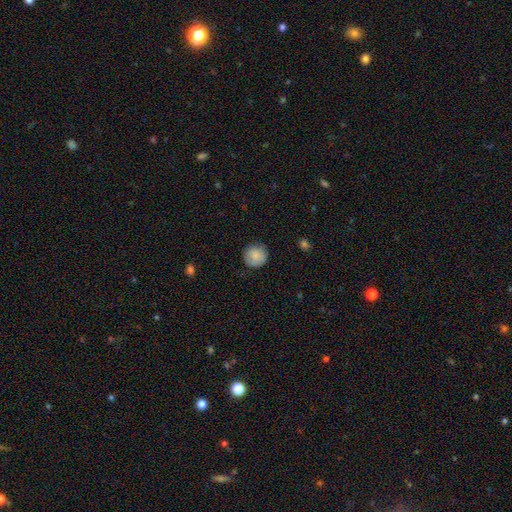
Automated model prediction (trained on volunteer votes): smooth 86%, star or artifact 8%, featured or disk 7%. Down the decision tree: how rounded — round (93%); merging — none (83%).